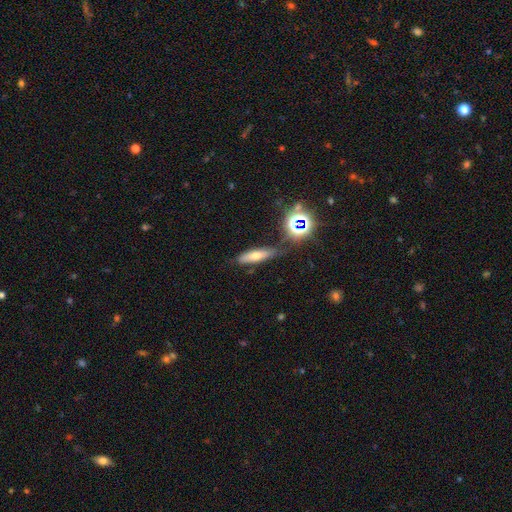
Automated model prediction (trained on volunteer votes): A smooth galaxy with no disk features (57%) that is cigar-shaped (61%). Merging: none (72%).